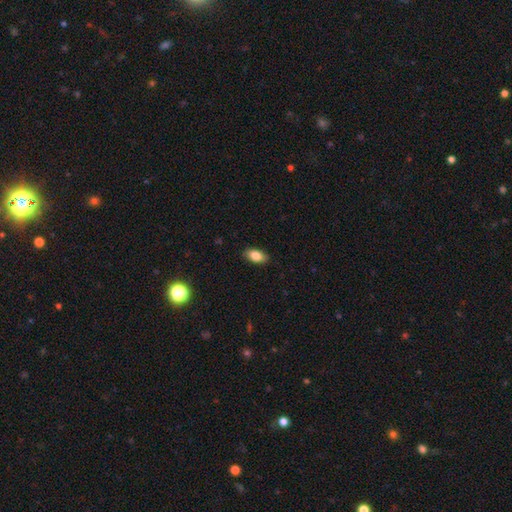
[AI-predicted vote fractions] Smooth or featured?
  - smooth: 84% *
  - featured or disk: 9%
  - star or artifact: 7%
How rounded?
  - in between: 91% *
  - cigar-shaped: 5%
  - round: 4%
Merging?
  - none: 88% *
  - minor disturbance: 9%
  - major disturbance: 2%
  - merger: 1%